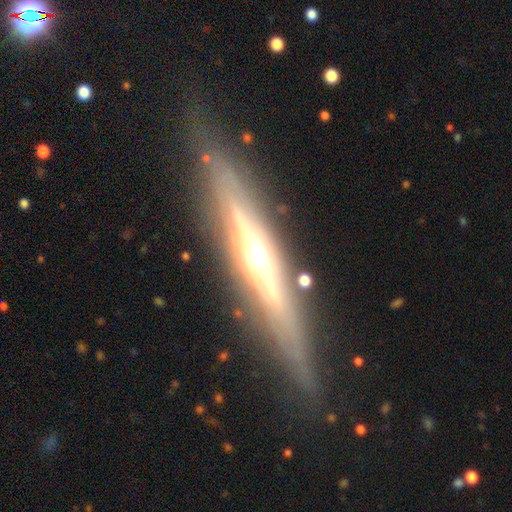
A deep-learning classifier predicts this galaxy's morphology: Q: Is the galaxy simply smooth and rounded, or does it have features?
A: featured or disk — 77%.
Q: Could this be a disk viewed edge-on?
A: yes — 89%.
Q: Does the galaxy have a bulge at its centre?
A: rounded — 88%.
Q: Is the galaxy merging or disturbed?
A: none — 81%.